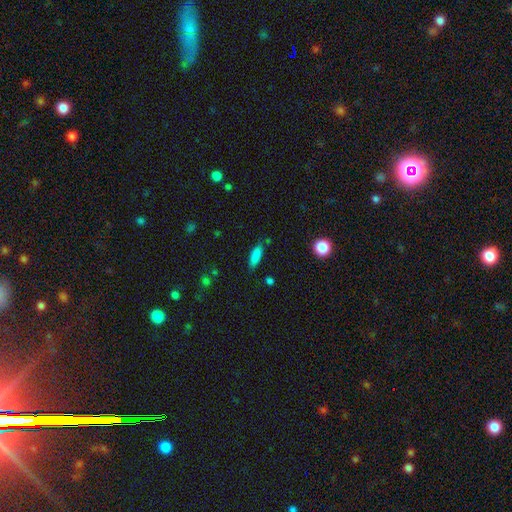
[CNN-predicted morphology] This appears to be a smooth galaxy with no disk features (84%) that is in between round and cigar-shaped (52%). Merging: none (79%).